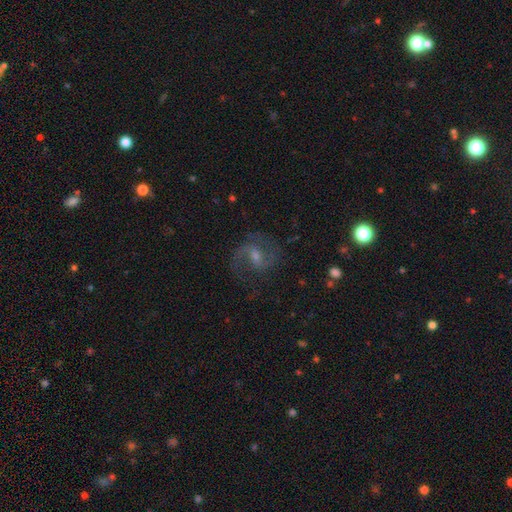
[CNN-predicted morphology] This is likely a featured or disk galaxy (80%). It is clearly not viewed edge-on (98%). Bar: possibly weak (56%). Spiral arm pattern: clearly yes (95%). Spiral arm count: clearly 2 (82%). Spiral winding: possibly medium (54%). Central bulge: marginally moderate (44%). Merging: likely none (72%).